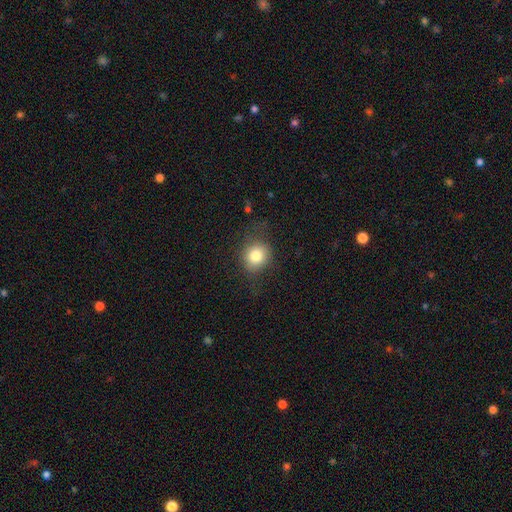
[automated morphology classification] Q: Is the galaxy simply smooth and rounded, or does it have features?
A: smooth — 80%.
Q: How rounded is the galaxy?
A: round — 78%.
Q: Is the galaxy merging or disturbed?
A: none — 74%.